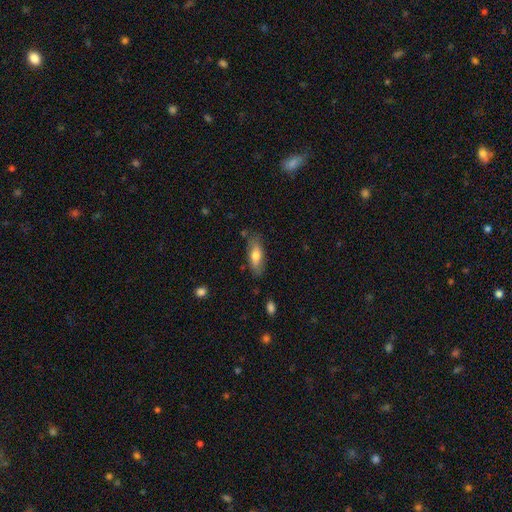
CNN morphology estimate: The model was most divided on "how rounded": in between: 68%, cigar-shaped: 29%, round: 3%. More confident: merging — none (76%); smooth or featured — smooth (67%).